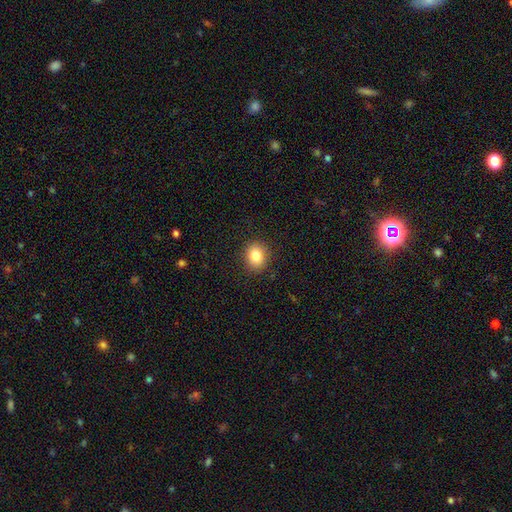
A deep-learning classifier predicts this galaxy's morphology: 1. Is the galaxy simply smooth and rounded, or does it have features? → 84% smooth, 10% star or artifact, 6% featured or disk.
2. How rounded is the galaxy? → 61% round, 38% in between, 1% cigar-shaped.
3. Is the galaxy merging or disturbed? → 88% none, 8% minor disturbance, 2% major disturbance, 1% merger.